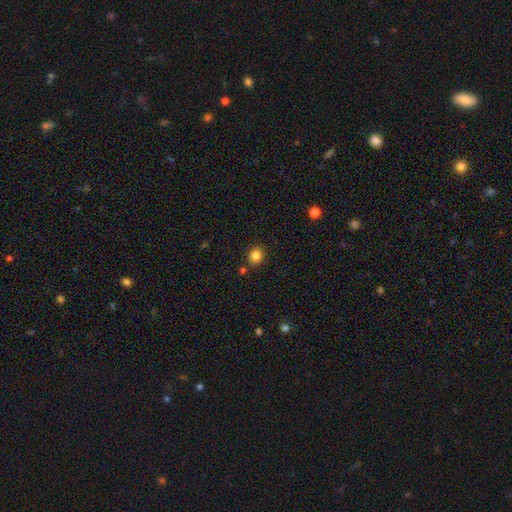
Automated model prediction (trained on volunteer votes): Q: Smooth or featured?
A: smooth (83%); runner-up: star or artifact (12%)
Q: How rounded?
A: round (76%); runner-up: in between (24%)
Q: Merging?
A: none (85%); runner-up: minor disturbance (8%)